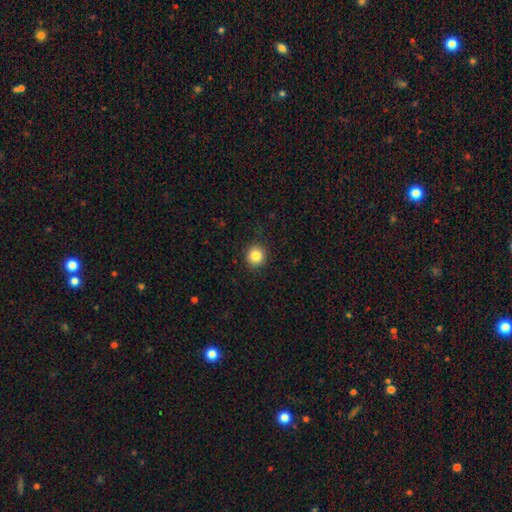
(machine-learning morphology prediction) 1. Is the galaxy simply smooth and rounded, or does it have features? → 84% smooth, 10% star or artifact, 5% featured or disk.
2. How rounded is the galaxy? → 93% round, 6% in between, 1% cigar-shaped.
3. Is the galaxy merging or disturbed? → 92% none, 5% minor disturbance, 2% major disturbance, 1% merger.